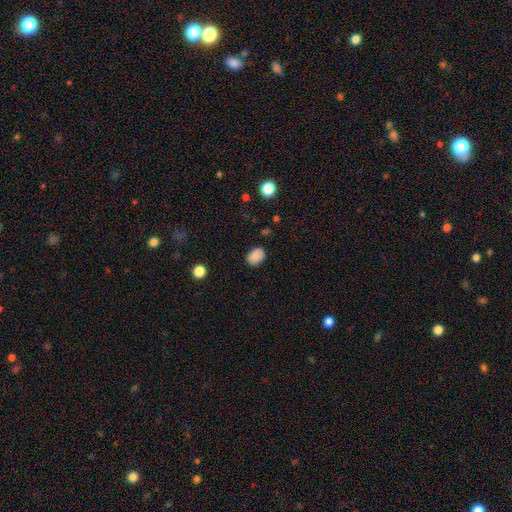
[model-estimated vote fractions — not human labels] Smooth or featured?
  - smooth: 86% *
  - star or artifact: 9%
  - featured or disk: 5%
How rounded?
  - in between: 73% *
  - round: 26%
  - cigar-shaped: 1%
Merging?
  - none: 81% *
  - minor disturbance: 14%
  - major disturbance: 3%
  - merger: 1%